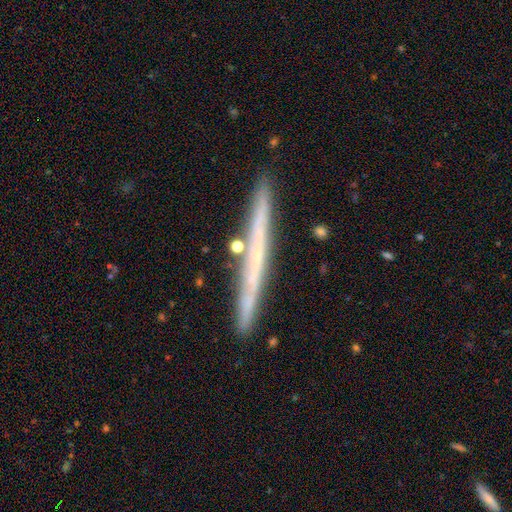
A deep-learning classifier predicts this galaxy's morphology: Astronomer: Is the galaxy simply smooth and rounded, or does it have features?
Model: featured or disk — 57% (runner-up: smooth, 37%).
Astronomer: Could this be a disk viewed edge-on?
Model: yes — 96%.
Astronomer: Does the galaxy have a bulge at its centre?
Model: none — 86%.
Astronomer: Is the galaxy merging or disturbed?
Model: none — 88%.